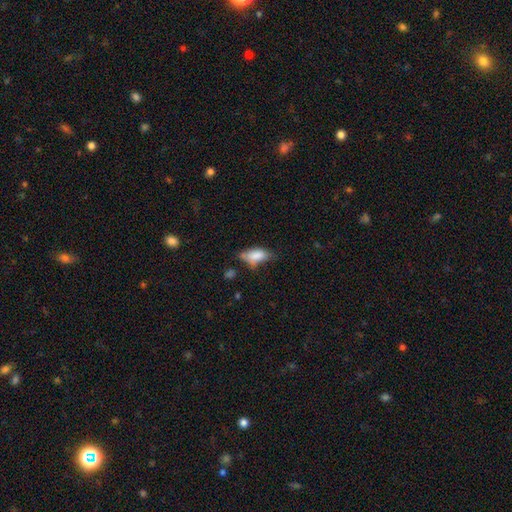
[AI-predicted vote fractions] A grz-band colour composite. It shows a smooth galaxy with no disk features (78%) that is in between round and cigar-shaped (85%). Merging: none (42%).